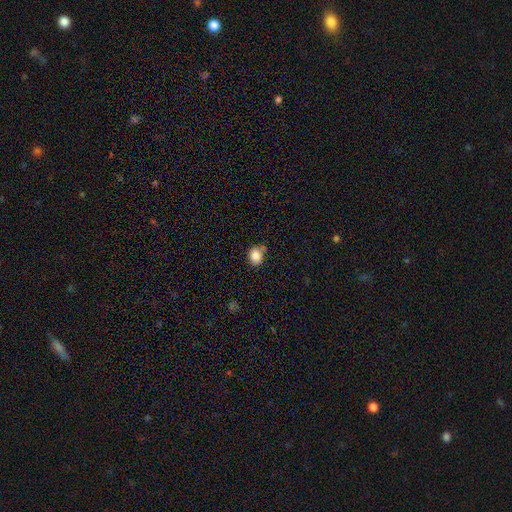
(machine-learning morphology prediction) Q: Smooth or featured?
A: smooth (83%); runner-up: star or artifact (10%)
Q: How rounded?
A: round (57%); runner-up: in between (42%)
Q: Merging?
A: none (71%); runner-up: minor disturbance (17%)